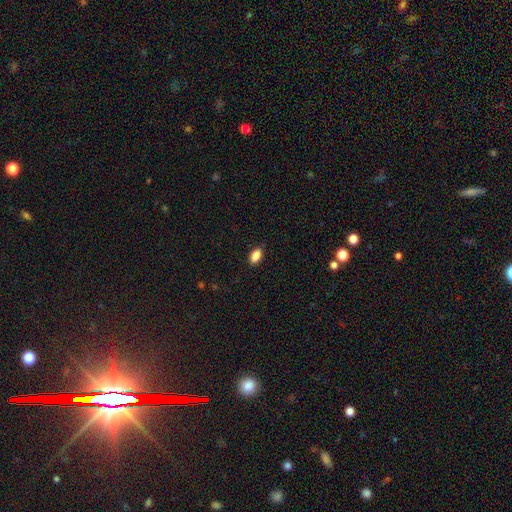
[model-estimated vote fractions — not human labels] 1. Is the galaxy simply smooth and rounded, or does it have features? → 87% smooth, 8% star or artifact, 5% featured or disk.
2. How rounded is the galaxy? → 91% in between, 5% round, 4% cigar-shaped.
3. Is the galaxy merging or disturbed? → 88% none, 9% minor disturbance, 2% major disturbance, 1% merger.